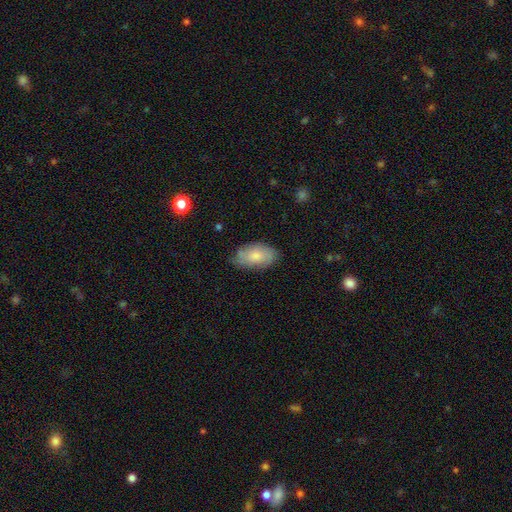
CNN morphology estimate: type=smooth (66%); roundness=in between (93%); merging=none (73%).